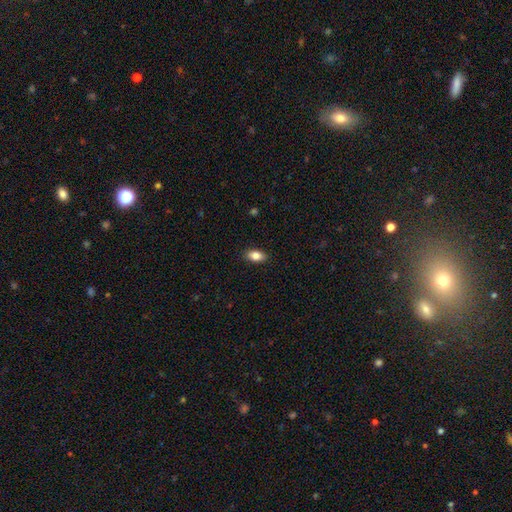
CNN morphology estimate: Smooth or featured? smooth (85%)
How rounded? in between (91%)
Merging? none (89%)